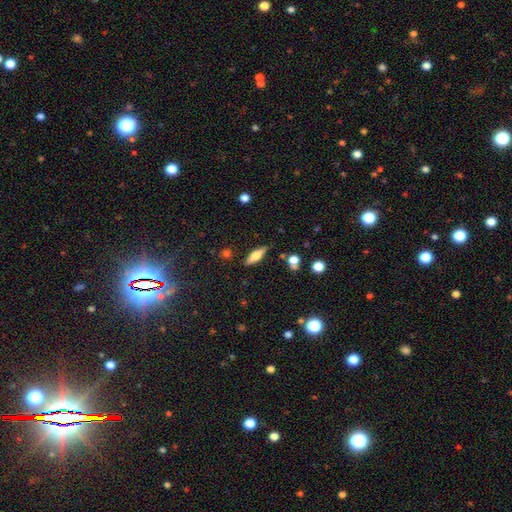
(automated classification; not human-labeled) smooth-or-featured: smooth: 54% | featured or disk: 38% | star or artifact: 7%
  how-rounded: cigar-shaped: 52% | in between: 45% | round: 3%
  merging: none: 82% | minor disturbance: 12% | merger: 3% | major disturbance: 3%